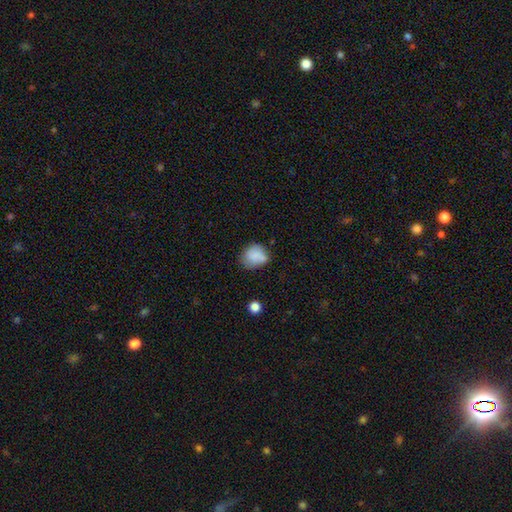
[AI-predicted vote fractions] Overall: smooth (77%). How rounded: round (61%; in between 38%). Merging: none (56%; minor disturbance 28%).